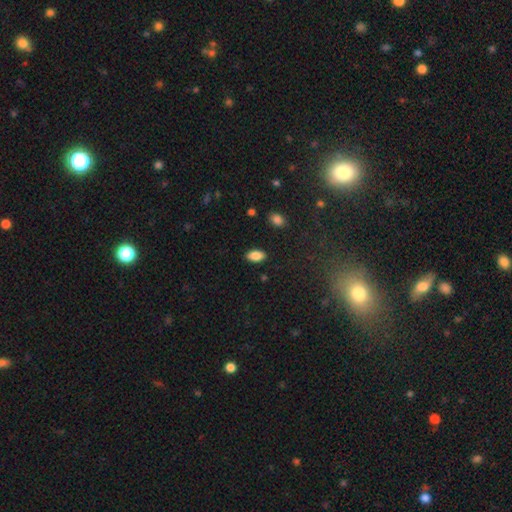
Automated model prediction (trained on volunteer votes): Overall: smooth (86%). How rounded: in between (92%). Merging: none (88%).